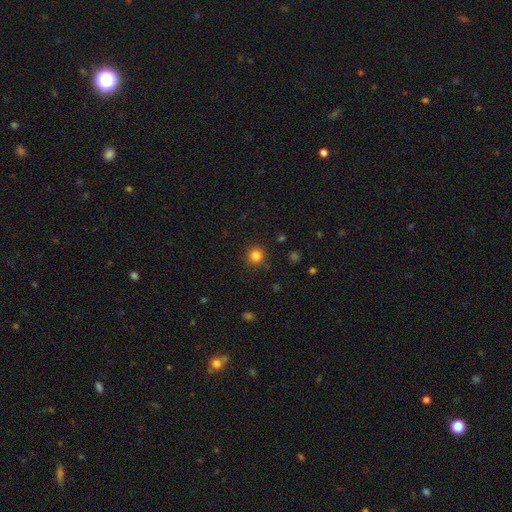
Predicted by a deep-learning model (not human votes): Morphology: type=smooth (82%); roundness=round (95%); merging=none (91%).